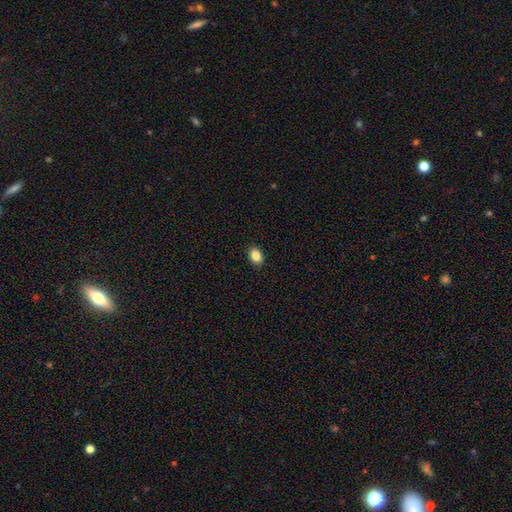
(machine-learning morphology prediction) Smooth or featured?
  - smooth: 86% *
  - star or artifact: 9%
  - featured or disk: 5%
How rounded?
  - in between: 67% *
  - round: 32%
  - cigar-shaped: 1%
Merging?
  - none: 90% *
  - minor disturbance: 7%
  - major disturbance: 2%
  - merger: 1%